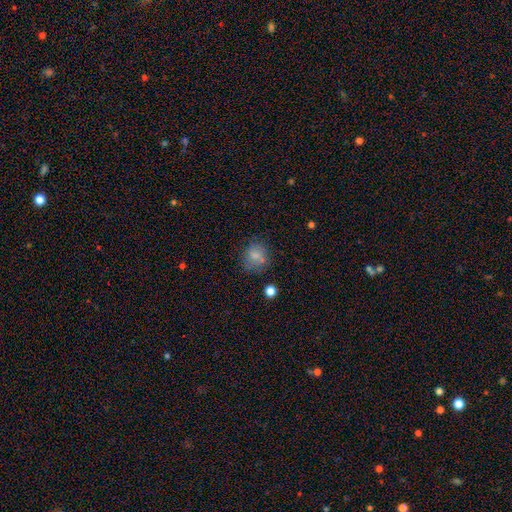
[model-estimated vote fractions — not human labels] A smooth galaxy with no disk features (75%) that is round (75%). Merging: none (65%).